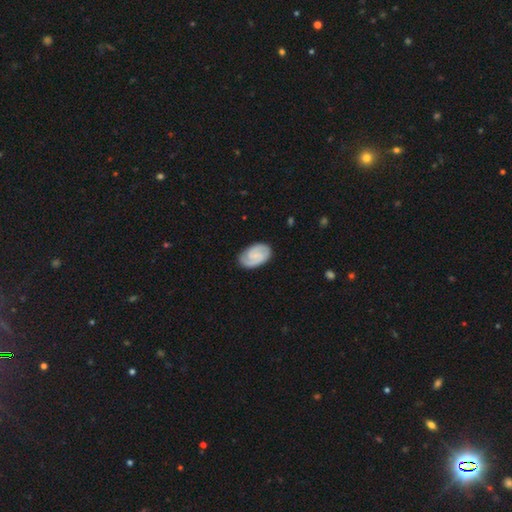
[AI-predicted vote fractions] Q: Smooth or featured?
A: featured or disk (69%); runner-up: smooth (25%)
Q: Edge-on disk?
A: no (97%); runner-up: yes (3%)
Q: Bar?
A: no (49%); runner-up: weak (42%)
Q: Spiral arms?
A: yes (95%); runner-up: no (5%)
Q: Spiral winding?
A: tight (53%); runner-up: medium (37%)
Q: Spiral arm count?
A: 2 (76%); runner-up: can't tell (10%)
Q: Bulge size?
A: small (48%); runner-up: none (36%)
Q: Merging?
A: none (81%); runner-up: minor disturbance (14%)